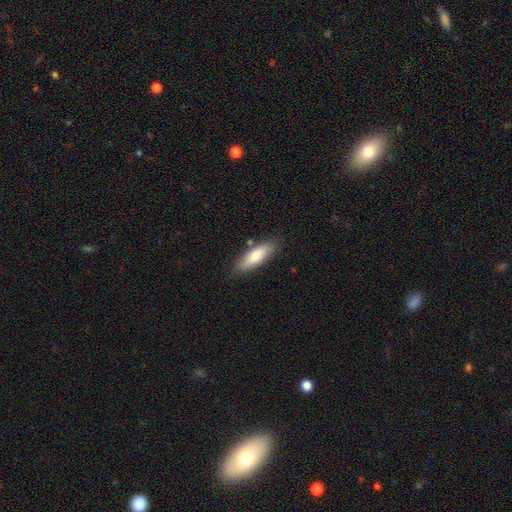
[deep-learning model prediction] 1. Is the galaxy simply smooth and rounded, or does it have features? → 80% smooth, 14% featured or disk, 6% star or artifact.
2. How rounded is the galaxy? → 54% in between, 44% cigar-shaped, 2% round.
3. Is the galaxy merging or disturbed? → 81% none, 13% minor disturbance, 3% merger, 3% major disturbance.